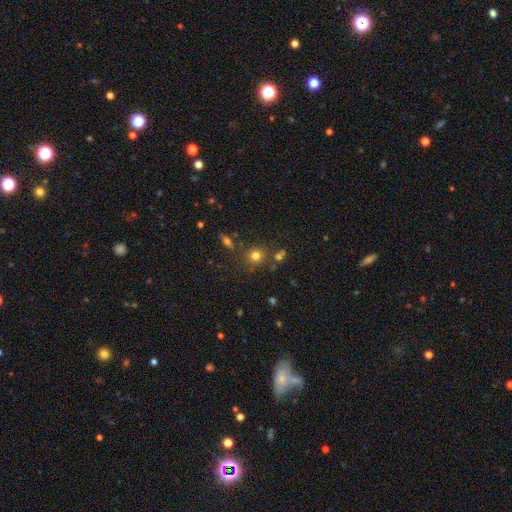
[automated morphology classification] This appears to be a smooth galaxy with no disk features (76%) that is round (89%). Merging: none (76%).